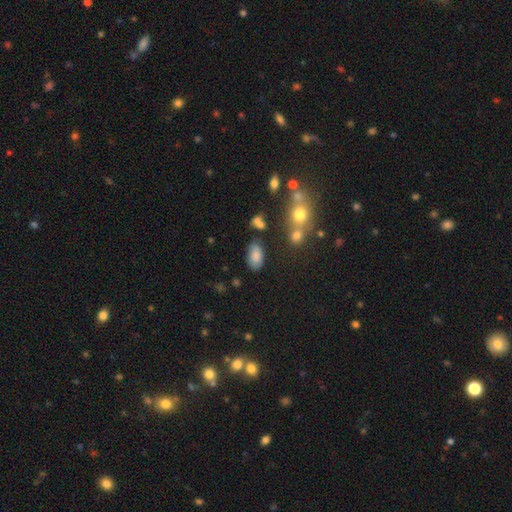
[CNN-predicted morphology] This appears to be a smooth galaxy with no disk features (79%) that is in between round and cigar-shaped (92%). Merging: none (70%).